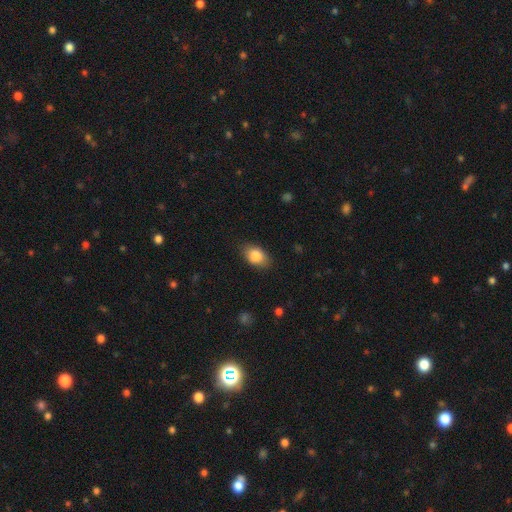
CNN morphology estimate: This appears to be a smooth galaxy with no disk features (84%) that is in between round and cigar-shaped (86%). Merging: none (82%).